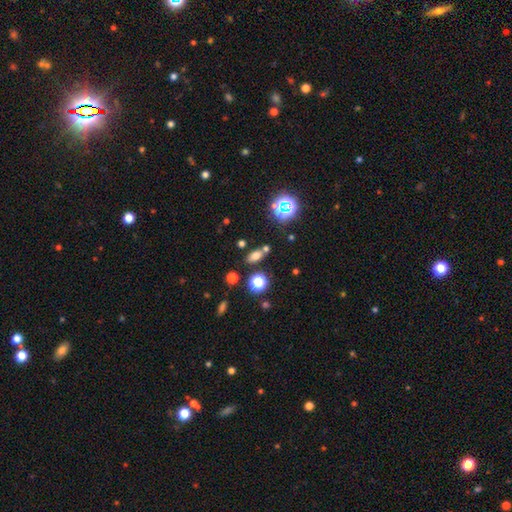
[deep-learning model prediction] Smooth or featured? smooth (65%)
How rounded? in between (76%)
Merging? none (71%)